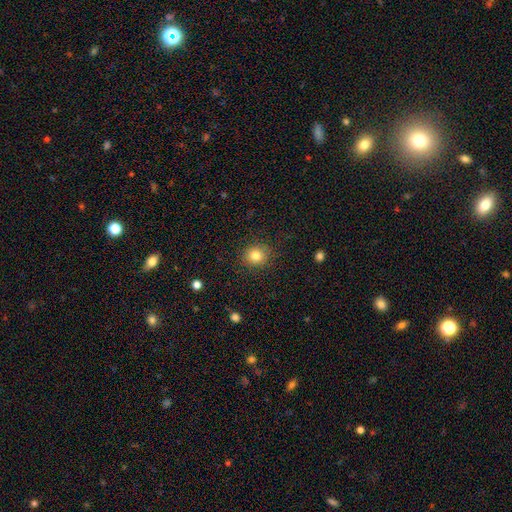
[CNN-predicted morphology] smooth_or_featured: smooth (p=0.82) [alt: star or artifact p=0.11]
how_rounded: round (p=0.84) [alt: in between p=0.15]
merging: none (p=0.88) [alt: minor disturbance p=0.08]